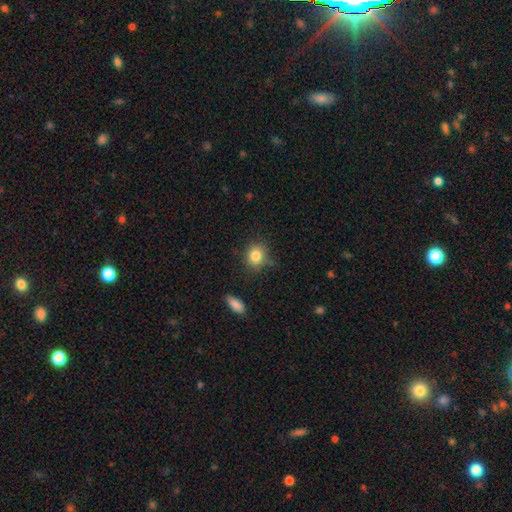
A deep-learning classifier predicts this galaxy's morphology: type=smooth (83%); roundness=round (73%); merging=none (77%).